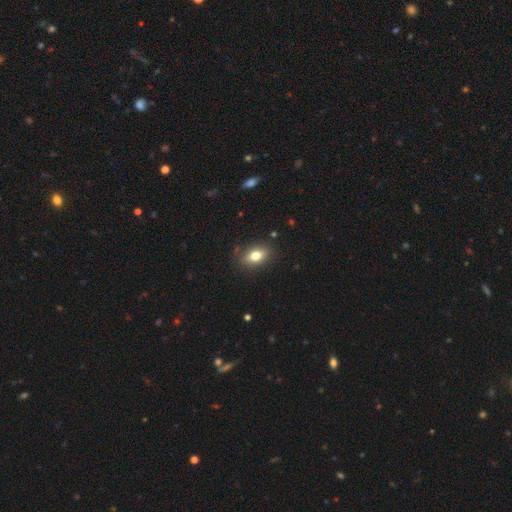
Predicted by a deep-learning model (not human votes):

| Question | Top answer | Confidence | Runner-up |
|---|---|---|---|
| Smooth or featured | smooth | 77% | featured or disk (14%) |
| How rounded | in between | 83% | round (13%) |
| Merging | none | 85% | minor disturbance (11%) |